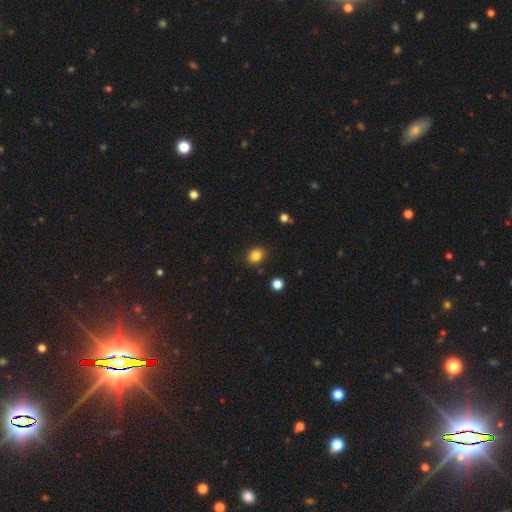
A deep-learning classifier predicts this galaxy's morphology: A smooth galaxy with no disk features (83%) that is round (57%). Merging: none (84%).